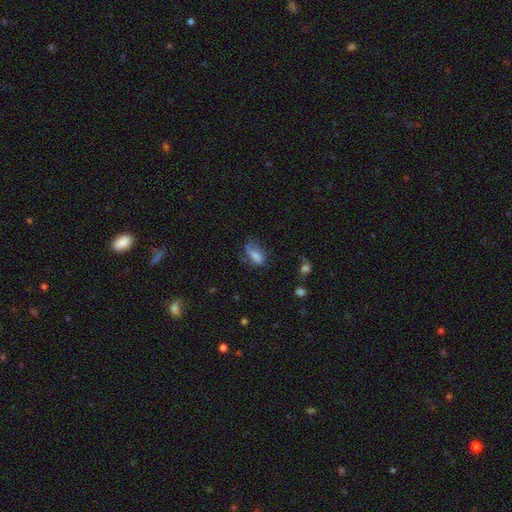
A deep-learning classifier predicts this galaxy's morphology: A smooth galaxy with no disk features (65%) that is in between round and cigar-shaped (85%).

Vote fractions:
- Smooth or featured? smooth: 65% / featured or disk: 23% / star or artifact: 12%
- How rounded? in between: 85% / cigar-shaped: 8% / round: 7%
- Merging? none: 40% / minor disturbance: 30% / major disturbance: 26% / merger: 4%